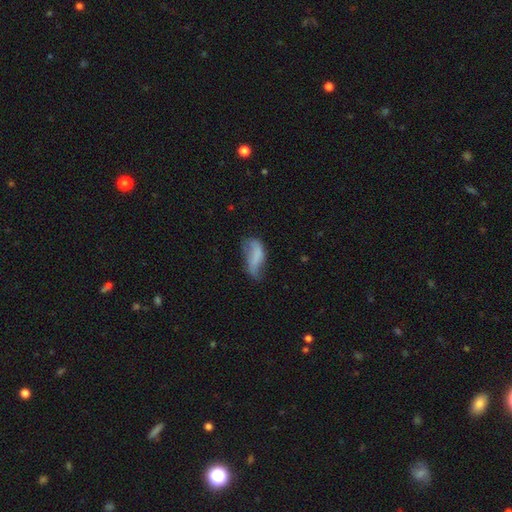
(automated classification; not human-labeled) Smooth or featured? Predicted: smooth (p=0.63). How rounded? Predicted: in between (p=0.82). Merging? Predicted: minor disturbance (p=0.35).